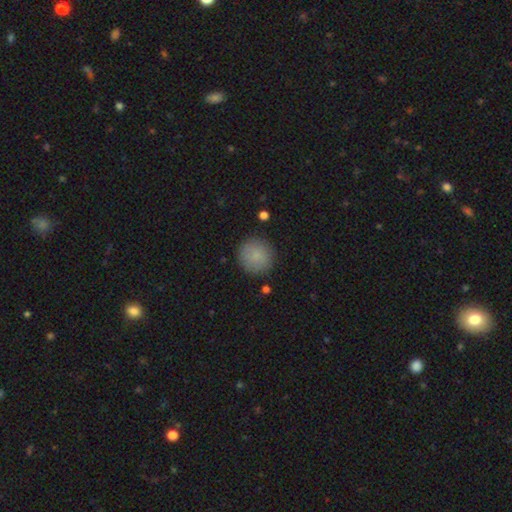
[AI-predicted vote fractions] smooth_or_featured: smooth (p=0.85) [alt: star or artifact p=0.08]
how_rounded: round (p=0.95) [alt: in between p=0.04]
merging: none (p=0.89) [alt: minor disturbance p=0.07]